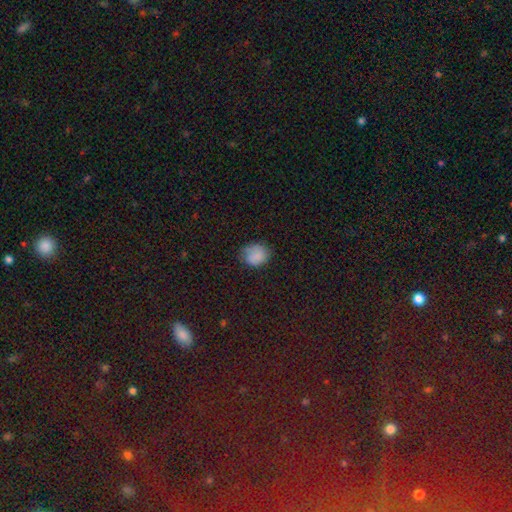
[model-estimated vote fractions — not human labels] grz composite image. It shows a smooth galaxy with no disk features (81%) that is round (60%). Merging: none (65%).